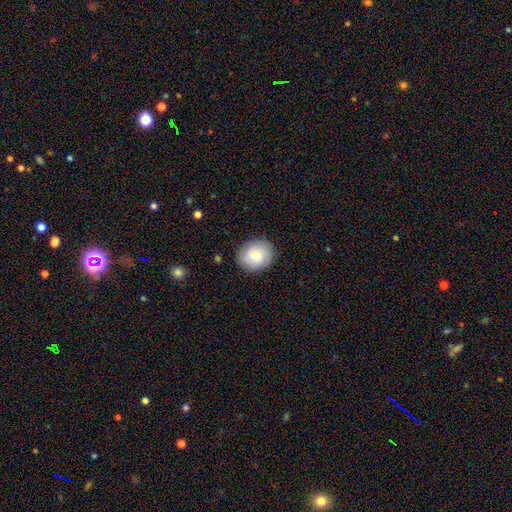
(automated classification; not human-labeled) A smooth galaxy with no disk features (76%) that is round (62%).

Vote fractions:
- Smooth or featured? smooth: 76% / featured or disk: 17% / star or artifact: 7%
- How rounded? round: 62% / in between: 37% / cigar-shaped: 1%
- Merging? none: 86% / minor disturbance: 10% / major disturbance: 3% / merger: 1%